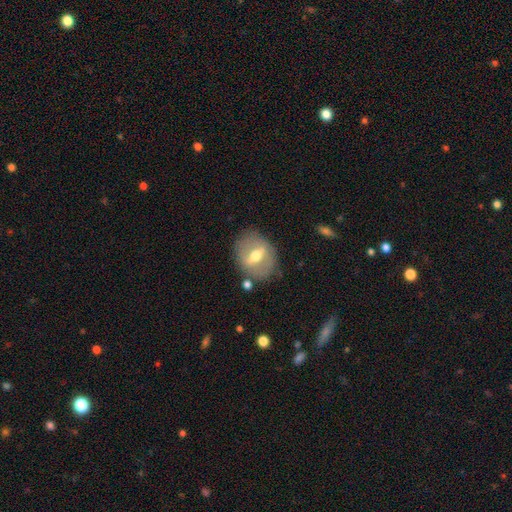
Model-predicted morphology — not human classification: This appears to be a featured or disk galaxy (59%). Merging: none (79%).